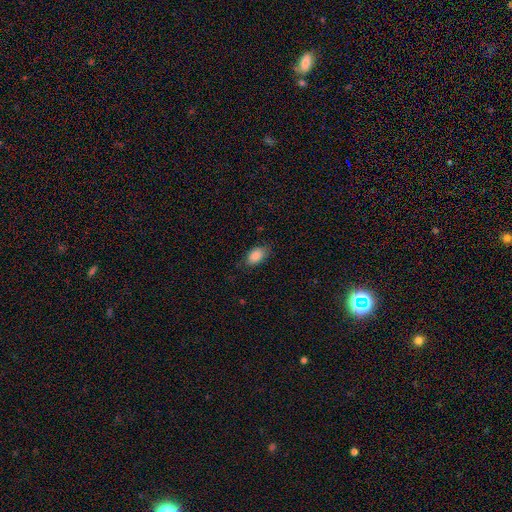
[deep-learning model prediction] smooth_or_featured: smooth (p=0.86) [alt: featured or disk p=0.07]
how_rounded: in between (p=0.91) [alt: round p=0.07]
merging: none (p=0.74) [alt: minor disturbance p=0.20]